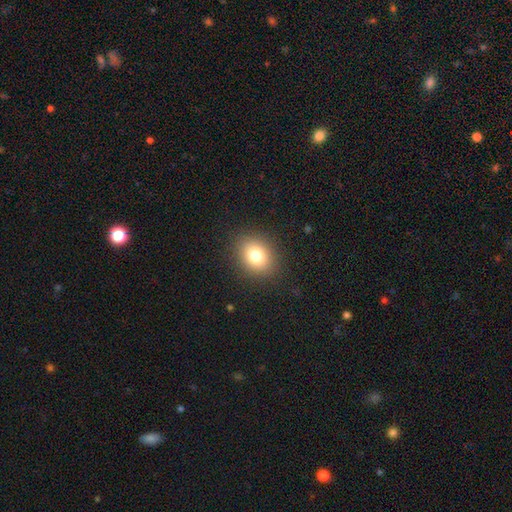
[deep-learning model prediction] Morphology: type=smooth (80%); roundness=round (50%); merging=none (88%).